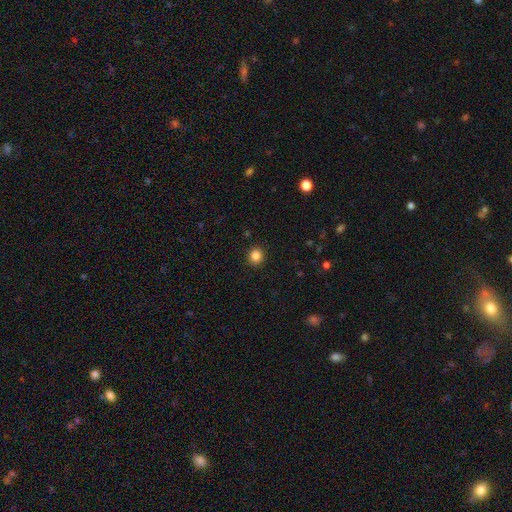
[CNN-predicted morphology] The model was most divided on "smooth or featured": smooth: 85%, star or artifact: 11%, featured or disk: 4%. More confident: merging — none (92%); how rounded — round (90%).